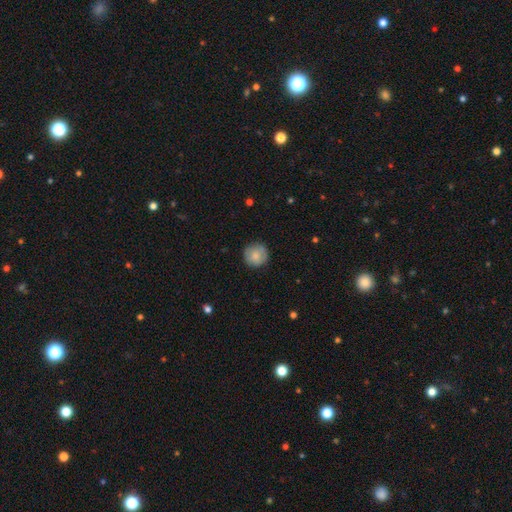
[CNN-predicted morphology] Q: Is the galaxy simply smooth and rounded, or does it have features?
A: smooth — 80%.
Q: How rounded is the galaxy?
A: round — 95%.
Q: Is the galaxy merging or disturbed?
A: none — 86%.